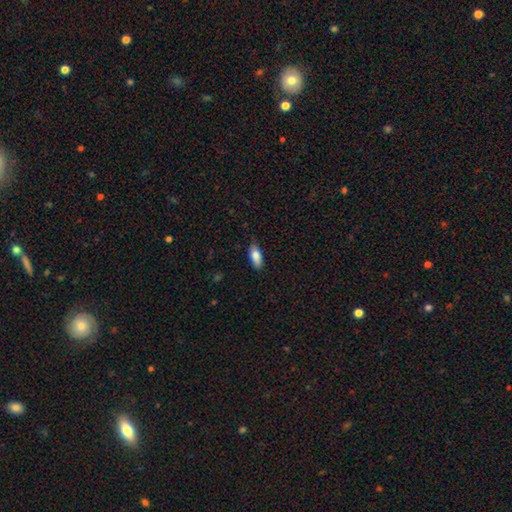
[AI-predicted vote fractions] A smooth galaxy with no disk features (83%) that is in between round and cigar-shaped (80%).

Vote fractions:
- Smooth or featured? smooth: 83% / featured or disk: 11% / star or artifact: 6%
- How rounded? in between: 80% / cigar-shaped: 18% / round: 2%
- Merging? none: 83% / minor disturbance: 14% / major disturbance: 2% / merger: 1%